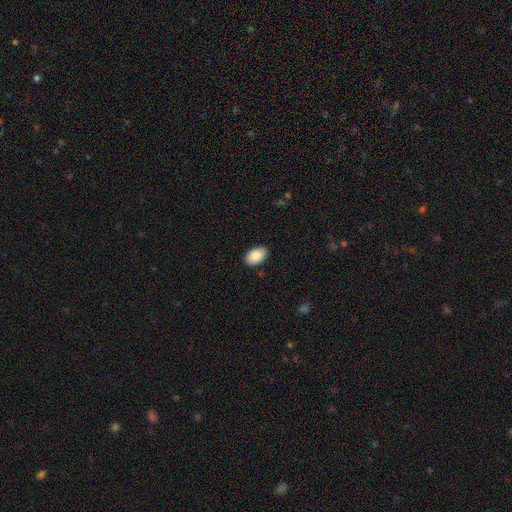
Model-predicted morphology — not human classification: smooth_or_featured: smooth (p=0.88) [alt: star or artifact p=0.07]
how_rounded: in between (p=0.92) [alt: round p=0.07]
merging: none (p=0.88) [alt: minor disturbance p=0.09]